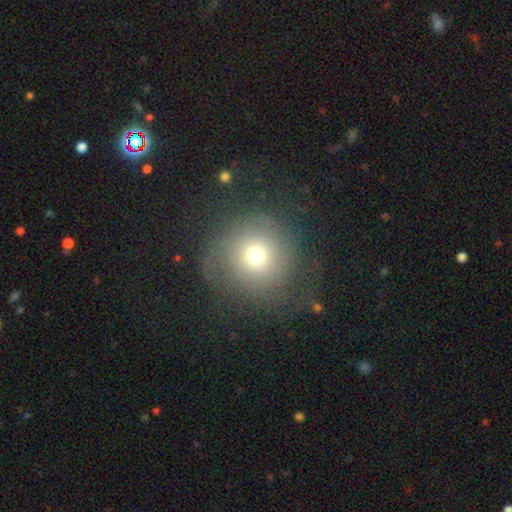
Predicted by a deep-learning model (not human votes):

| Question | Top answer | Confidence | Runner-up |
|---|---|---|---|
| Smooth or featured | smooth | 64% | featured or disk (21%) |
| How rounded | round | 94% | in between (5%) |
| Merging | none | 65% | major disturbance (17%) |